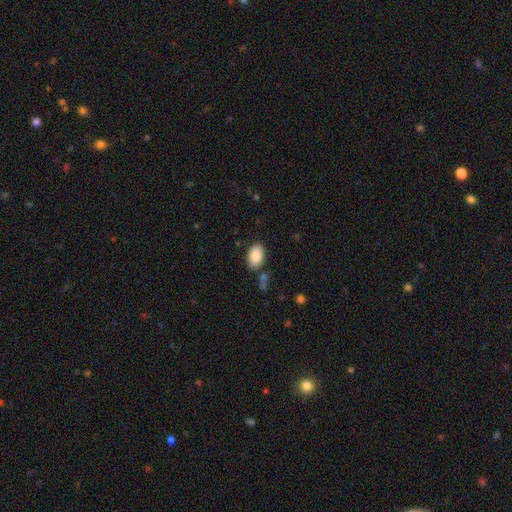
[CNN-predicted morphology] smooth 88%, star or artifact 7%, featured or disk 5%. Down the decision tree: how rounded — in between (93%); merging — none (81%).